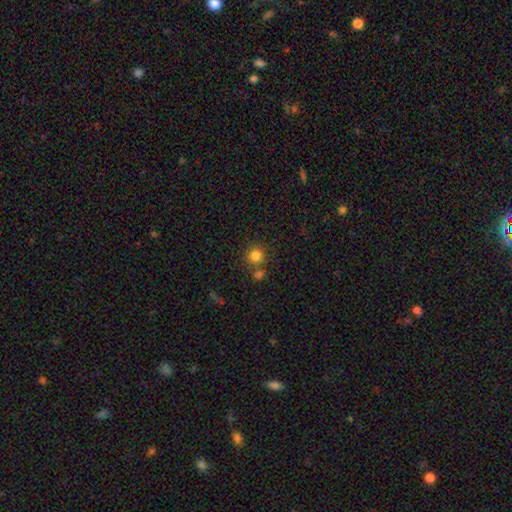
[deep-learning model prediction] smooth_or_featured: smooth (p=0.82) [alt: star or artifact p=0.12]
how_rounded: round (p=0.91) [alt: in between p=0.08]
merging: none (p=0.70) [alt: merger p=0.18]